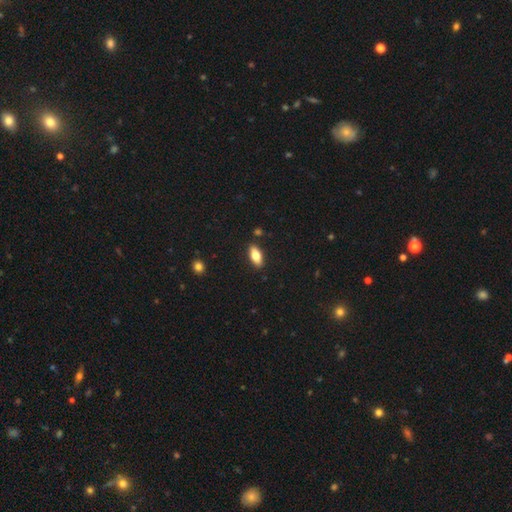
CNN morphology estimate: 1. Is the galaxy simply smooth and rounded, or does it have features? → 73% smooth, 20% featured or disk, 7% star or artifact.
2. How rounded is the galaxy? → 83% in between, 14% cigar-shaped, 3% round.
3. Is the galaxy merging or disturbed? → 88% none, 9% minor disturbance, 2% major disturbance, 2% merger.